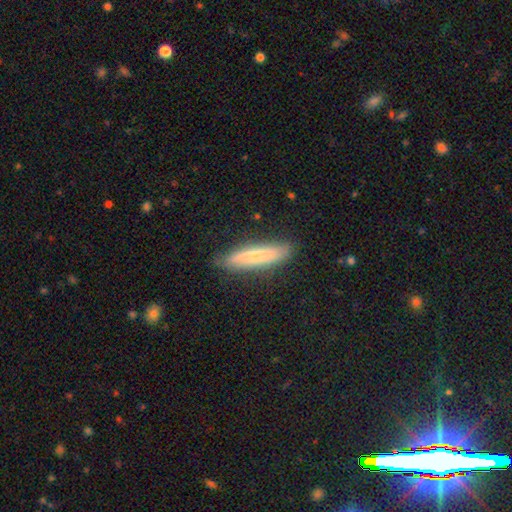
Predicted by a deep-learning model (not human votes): Q: Smooth or featured?
A: smooth (64%); runner-up: featured or disk (29%)
Q: How rounded?
A: cigar-shaped (84%); runner-up: in between (14%)
Q: Merging?
A: none (83%); runner-up: minor disturbance (13%)